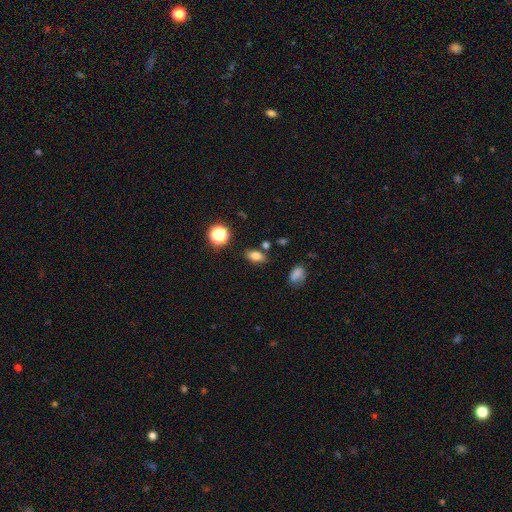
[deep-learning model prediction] The model was most divided on "smooth or featured": smooth: 77%, star or artifact: 14%, featured or disk: 10%. More confident: how rounded — in between (82%); merging — none (80%).